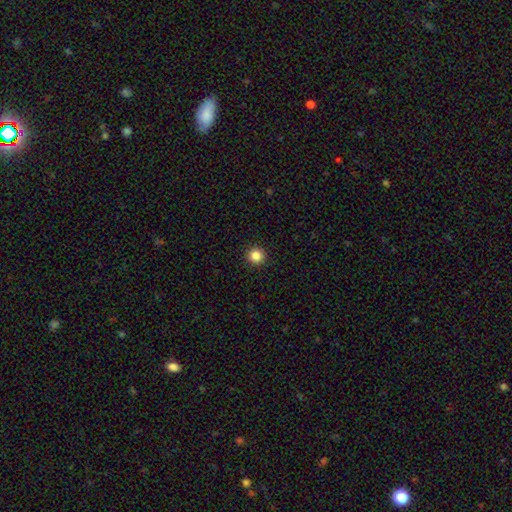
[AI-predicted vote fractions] smooth-or-featured: smooth: 85% | star or artifact: 11% | featured or disk: 3%
  how-rounded: round: 95% | in between: 4% | cigar-shaped: 1%
  merging: none: 93% | minor disturbance: 5% | major disturbance: 2% | merger: 1%